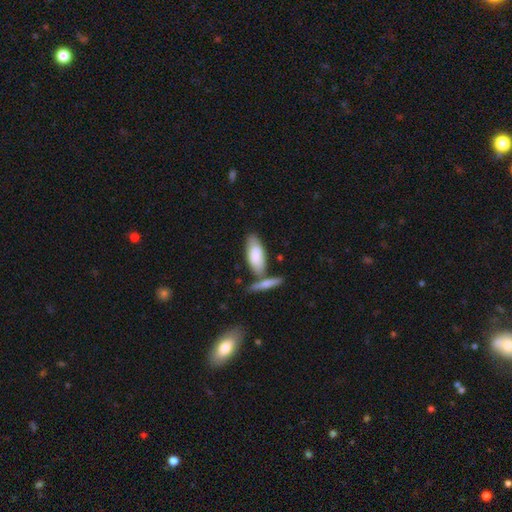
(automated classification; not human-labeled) Smooth or featured? Predicted: smooth (p=0.78). How rounded? Predicted: in between (p=0.78). Merging? Predicted: none (p=0.57).